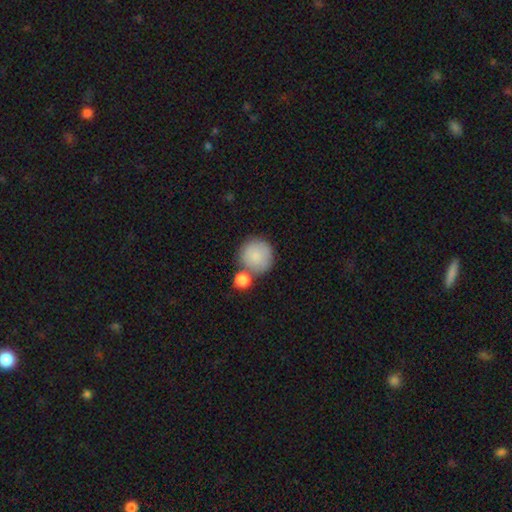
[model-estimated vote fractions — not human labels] Overall: smooth (85%). How rounded: round (93%). Merging: none (59%; merger 24%).